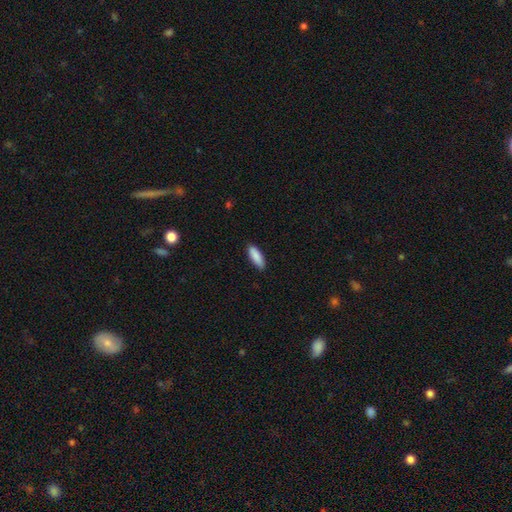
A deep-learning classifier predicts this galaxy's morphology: Smooth or featured? Predicted: smooth (p=0.89). How rounded? Predicted: in between (p=0.58). Merging? Predicted: none (p=0.85).